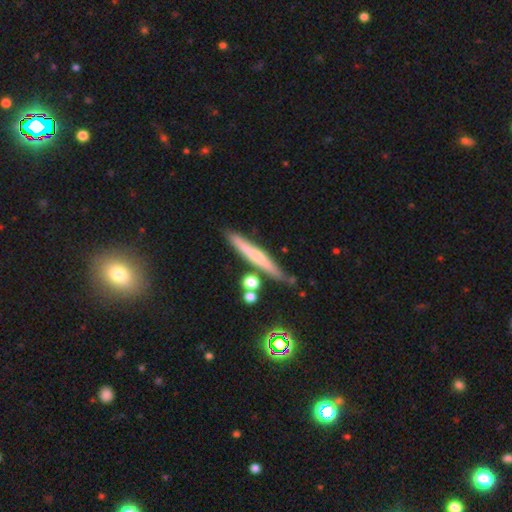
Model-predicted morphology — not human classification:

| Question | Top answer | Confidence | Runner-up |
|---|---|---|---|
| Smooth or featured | smooth | 47% | featured or disk (44%) |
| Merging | none | 79% | minor disturbance (12%) |